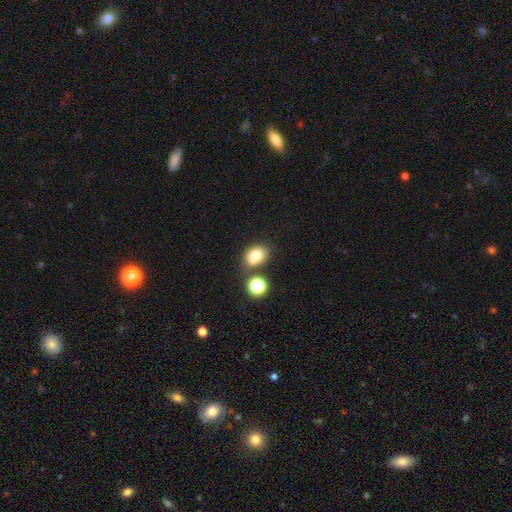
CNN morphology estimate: smooth_or_featured: smooth (p=0.79) [alt: star or artifact p=0.12]
how_rounded: in between (p=0.65) [alt: round p=0.34]
merging: none (p=0.60) [alt: merger p=0.20]